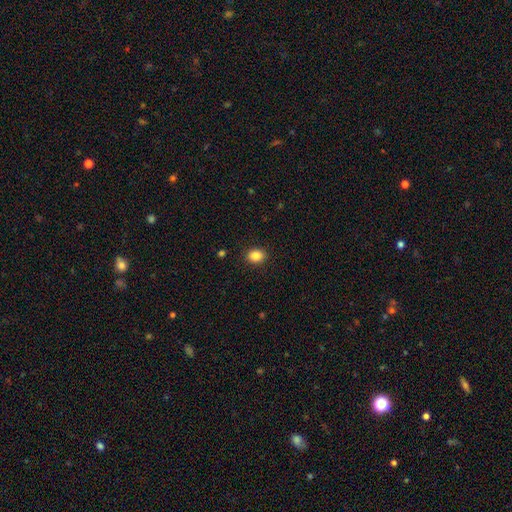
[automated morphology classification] A smooth galaxy with no disk features (86%) that is round (51%).

Vote fractions:
- Smooth or featured? smooth: 86% / star or artifact: 10% / featured or disk: 4%
- How rounded? round: 51% / in between: 49% / cigar-shaped: 1%
- Merging? none: 90% / minor disturbance: 7% / major disturbance: 2% / merger: 1%